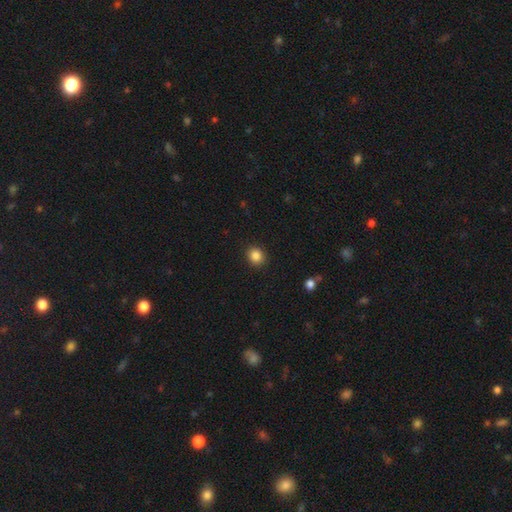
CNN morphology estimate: Overall: smooth (85%). How rounded: round (75%). Merging: none (91%).